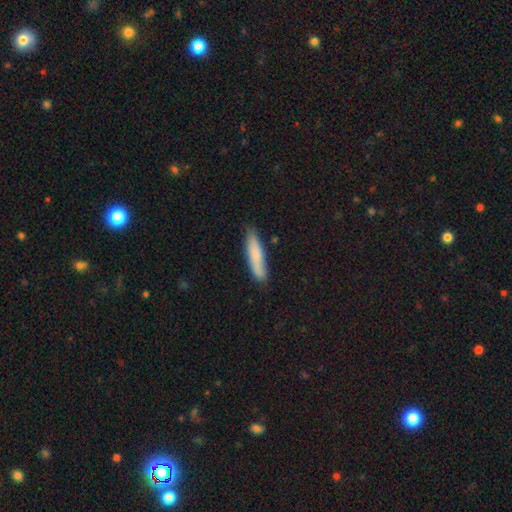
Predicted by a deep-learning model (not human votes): Smooth or featured: smooth — 81% (featured or disk — 13%)
How rounded: cigar-shaped — 81% (in between — 18%)
Merging: none — 80% (minor disturbance — 16%)